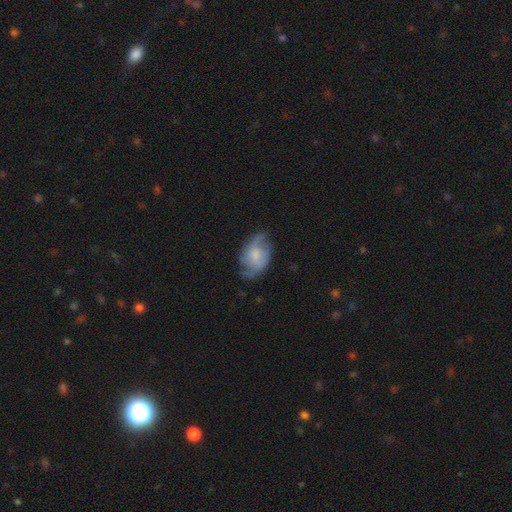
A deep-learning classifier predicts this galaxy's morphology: type=featured or disk (58%); edge-on=no (96%); bar=no (63%); spiral arms=yes (83%); bulge=moderate (31%); merging=none (59%).